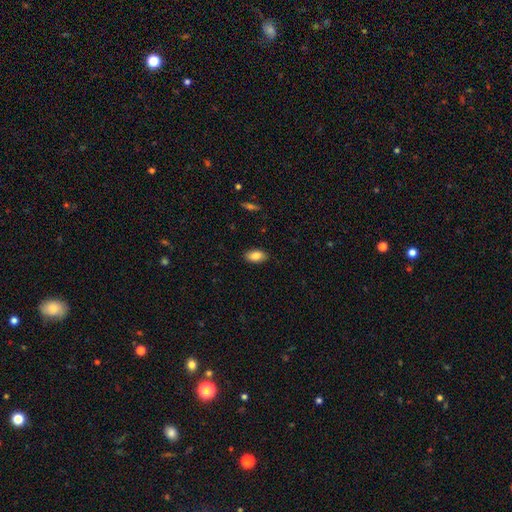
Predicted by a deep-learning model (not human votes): Overall: smooth (86%). How rounded: in between (93%). Merging: none (88%).